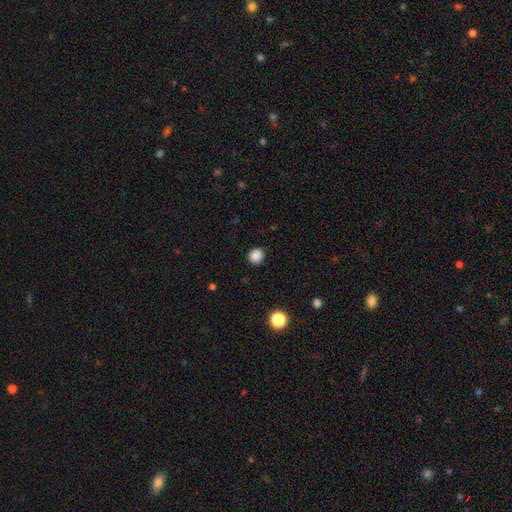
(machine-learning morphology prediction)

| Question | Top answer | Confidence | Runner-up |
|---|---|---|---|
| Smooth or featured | smooth | 87% | star or artifact (11%) |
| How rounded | round | 90% | in between (9%) |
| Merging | none | 90% | minor disturbance (7%) |